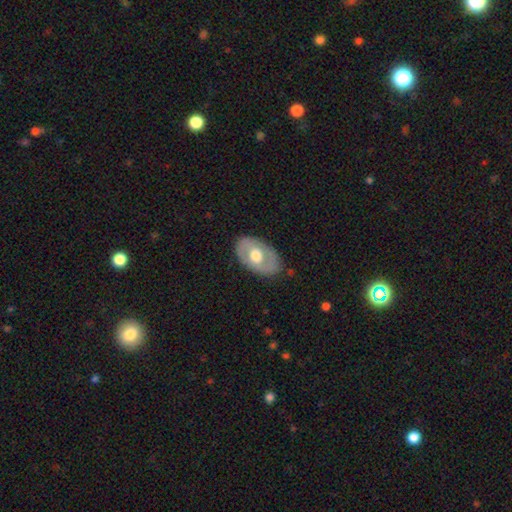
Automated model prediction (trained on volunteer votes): Smooth or featured? featured or disk (51%)
Edge-on disk? no (89%)
Merging? none (82%)